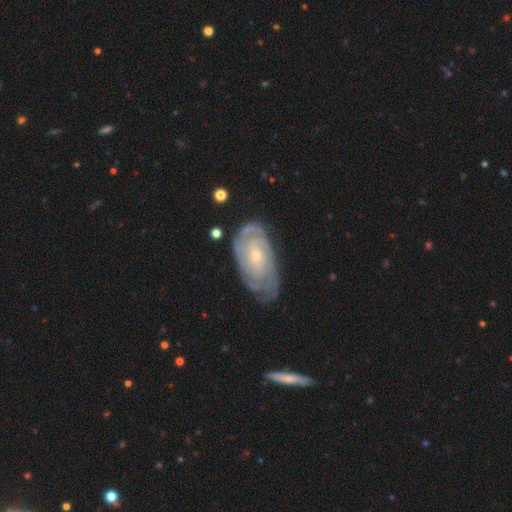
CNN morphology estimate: smooth_or_featured: featured or disk (p=0.83) [alt: smooth p=0.12]
disk_edge_on: no (p=0.95) [alt: yes p=0.05]
bar: no (p=0.73) [alt: weak p=0.22]
has_spiral_arms: yes (p=0.94) [alt: no p=0.06]
spiral_winding: tight (p=0.77) [alt: medium p=0.19]
spiral_arm_count: can't tell (p=0.42) [alt: 2 p=0.24]
bulge_size: small (p=0.74) [alt: moderate p=0.22]
merging: none (p=0.69) [alt: minor disturbance p=0.21]